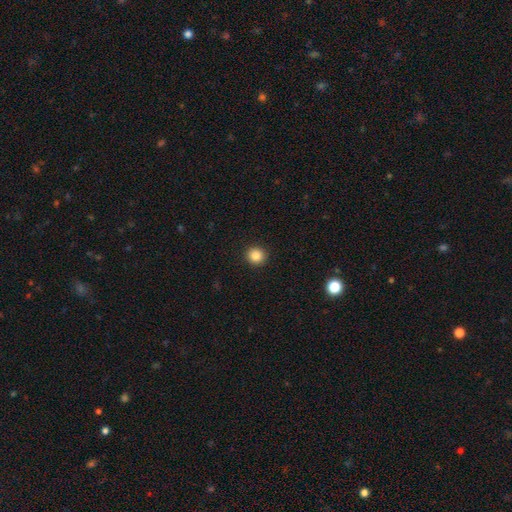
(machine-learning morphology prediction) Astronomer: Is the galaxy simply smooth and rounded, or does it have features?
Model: smooth — 86%.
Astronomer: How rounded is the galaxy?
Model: round — 93%.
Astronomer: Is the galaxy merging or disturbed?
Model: none — 93%.